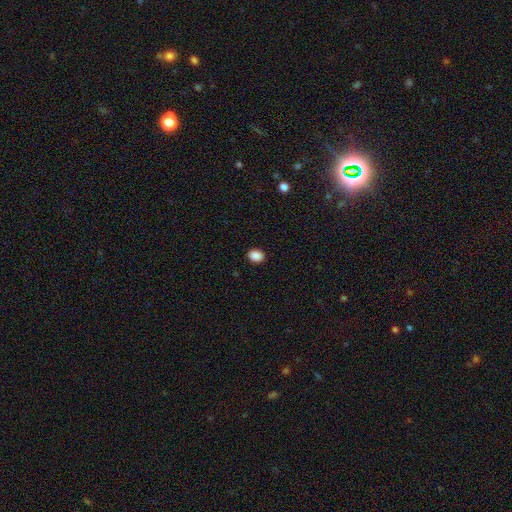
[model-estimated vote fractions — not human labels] Smooth or featured: smooth — 89% (star or artifact — 9%)
How rounded: in between — 62% (round — 37%)
Merging: none — 90% (minor disturbance — 7%)